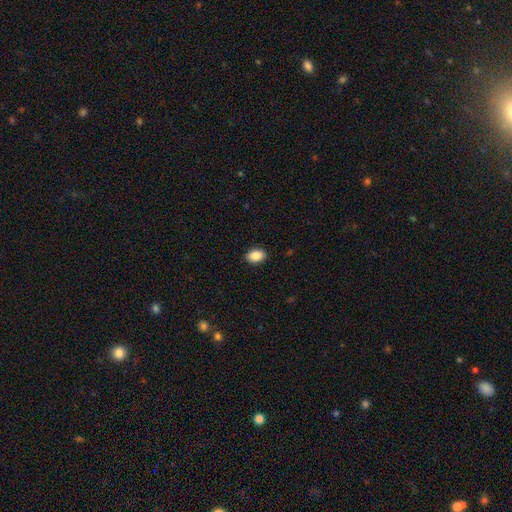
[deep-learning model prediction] Overall: smooth (89%). How rounded: in between (83%). Merging: none (90%).